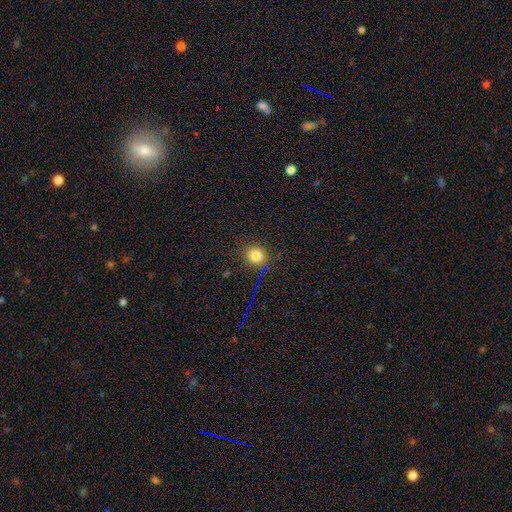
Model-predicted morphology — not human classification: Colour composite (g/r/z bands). It shows a smooth galaxy with no disk features (77%) that is round (82%). Merging: none (85%).